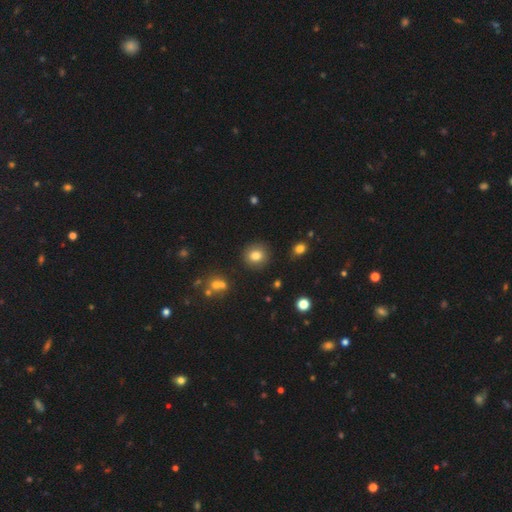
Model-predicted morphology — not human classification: smooth-or-featured: smooth: 81% | star or artifact: 11% | featured or disk: 8%
  how-rounded: round: 87% | in between: 12% | cigar-shaped: 1%
  merging: none: 88% | minor disturbance: 7% | major disturbance: 2% | merger: 2%